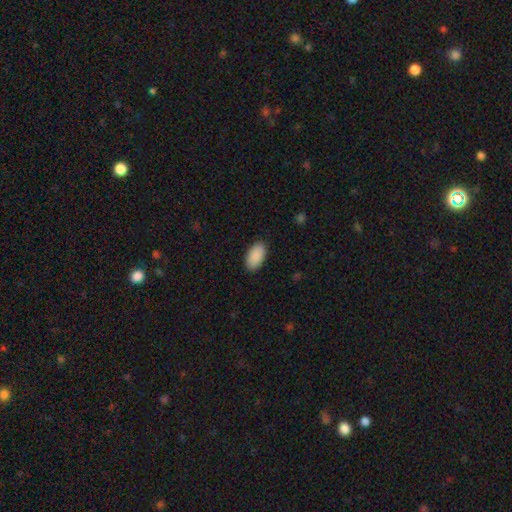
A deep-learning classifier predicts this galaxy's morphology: smooth_or_featured: smooth (p=0.91) [alt: star or artifact p=0.06]
how_rounded: in between (p=0.96) [alt: round p=0.02]
merging: none (p=0.89) [alt: minor disturbance p=0.08]